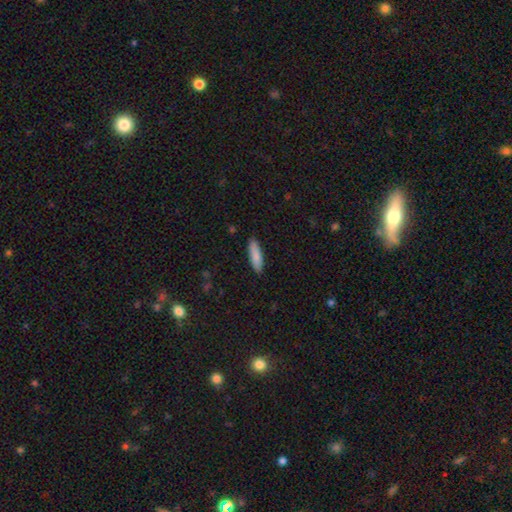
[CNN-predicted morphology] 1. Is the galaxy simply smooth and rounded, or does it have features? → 87% smooth, 8% featured or disk, 5% star or artifact.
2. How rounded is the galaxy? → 56% cigar-shaped, 42% in between, 1% round.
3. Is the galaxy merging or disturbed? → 88% none, 9% minor disturbance, 2% major disturbance, 1% merger.